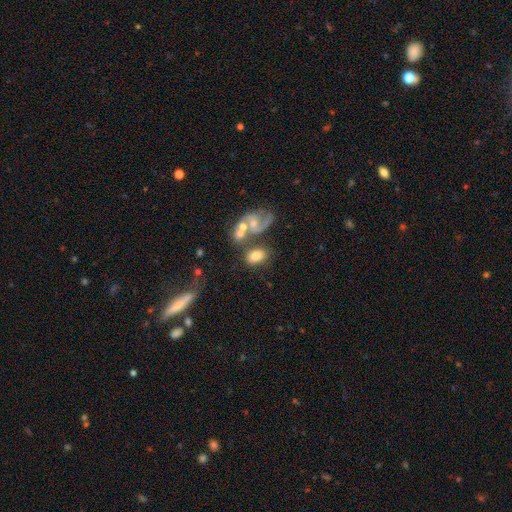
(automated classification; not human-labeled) smooth-or-featured: smooth: 64% | featured or disk: 27% | star or artifact: 9%
  how-rounded: in between: 83% | round: 15% | cigar-shaped: 2%
  merging: none: 44% | merger: 30% | minor disturbance: 16% | major disturbance: 10%